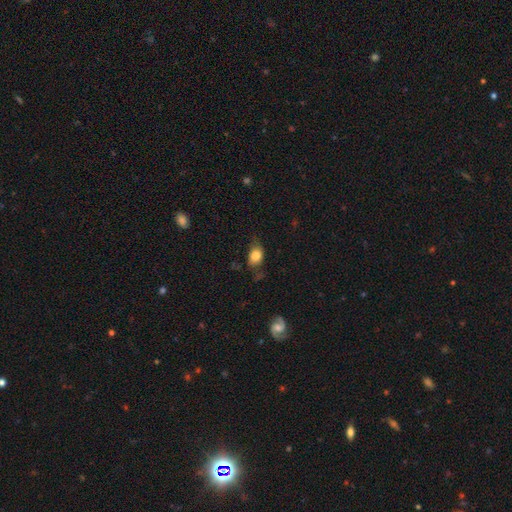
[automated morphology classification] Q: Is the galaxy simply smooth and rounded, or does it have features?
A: smooth — 80%.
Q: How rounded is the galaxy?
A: in between — 74%.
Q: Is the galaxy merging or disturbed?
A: none — 57%.